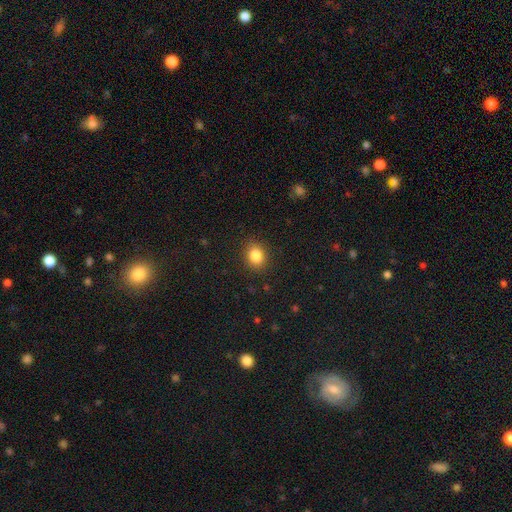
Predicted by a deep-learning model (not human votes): Smooth or featured: smooth — 84% (star or artifact — 10%)
How rounded: round — 58% (in between — 41%)
Merging: none — 88% (minor disturbance — 8%)